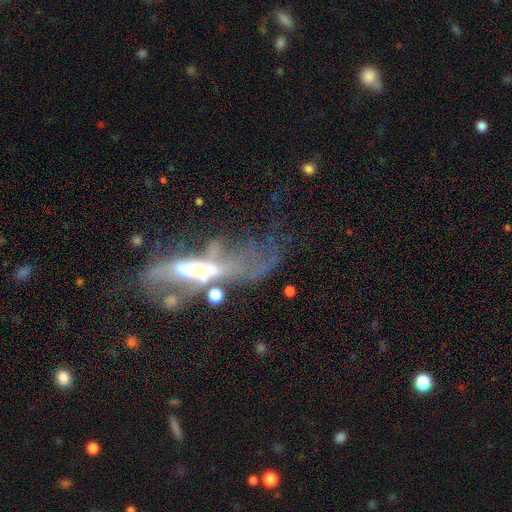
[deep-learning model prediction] This is likely a featured or disk galaxy (67%). It is likely not viewed edge-on (67%). Merging: marginally major disturbance (37%).